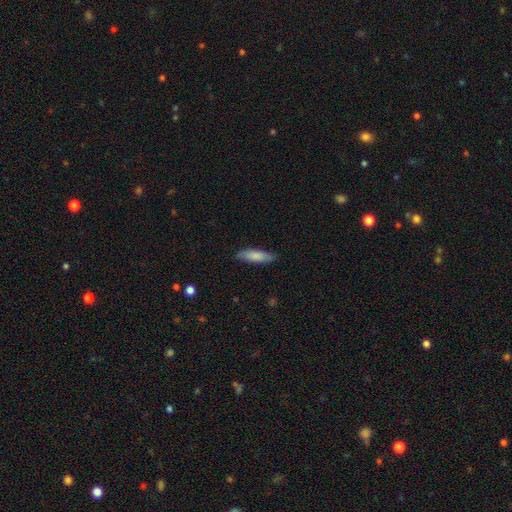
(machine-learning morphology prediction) smooth-or-featured: smooth: 80% | featured or disk: 15% | star or artifact: 6%
  how-rounded: cigar-shaped: 59% | in between: 39% | round: 2%
  merging: none: 85% | minor disturbance: 12% | major disturbance: 2% | merger: 1%